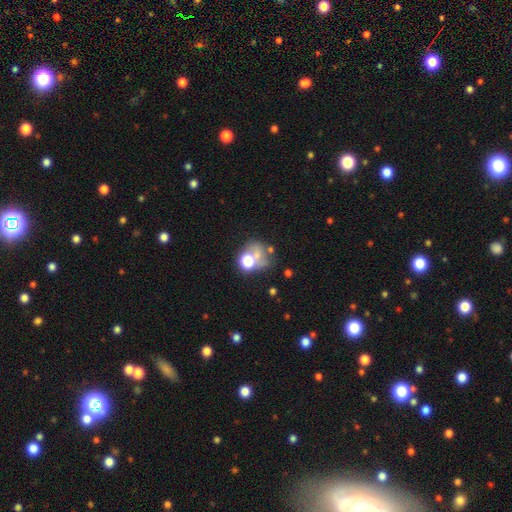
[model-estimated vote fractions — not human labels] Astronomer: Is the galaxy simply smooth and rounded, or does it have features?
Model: smooth — 52%.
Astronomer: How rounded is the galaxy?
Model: round — 60% (runner-up: in between, 39%).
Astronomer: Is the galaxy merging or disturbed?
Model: merger — 33% (runner-up: none, 30%).